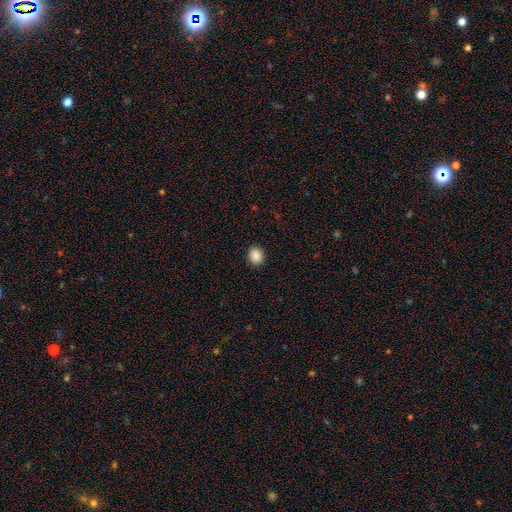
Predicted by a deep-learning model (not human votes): Overall: smooth (88%). How rounded: round (68%; in between 31%). Merging: none (91%).